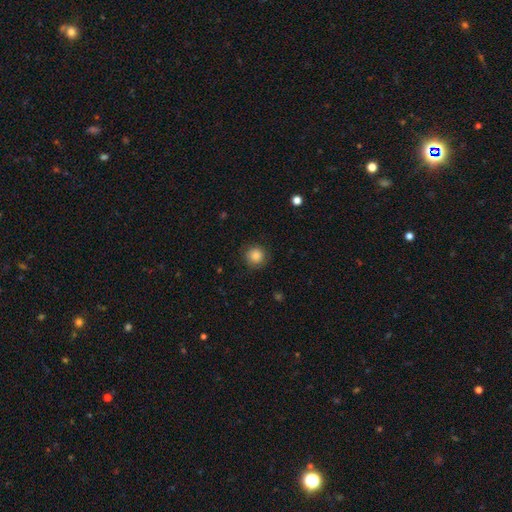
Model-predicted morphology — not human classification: Smooth or featured: smooth — 84% (star or artifact — 9%)
How rounded: round — 93% (in between — 6%)
Merging: none — 84% (minor disturbance — 11%)